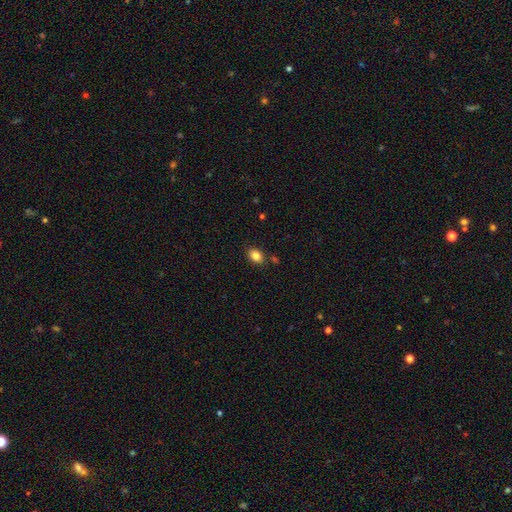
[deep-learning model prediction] This is clearly a smooth galaxy (84%). How rounded: likely in between (73%). Merging: clearly none (83%).